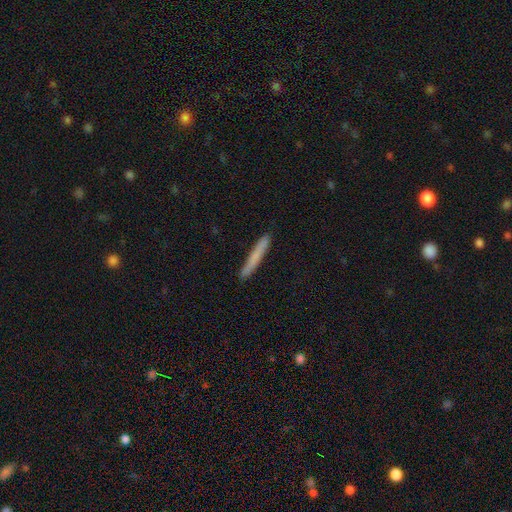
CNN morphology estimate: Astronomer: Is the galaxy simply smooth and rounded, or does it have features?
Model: smooth — 73%.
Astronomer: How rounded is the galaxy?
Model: cigar-shaped — 97%.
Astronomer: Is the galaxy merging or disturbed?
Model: none — 91%.